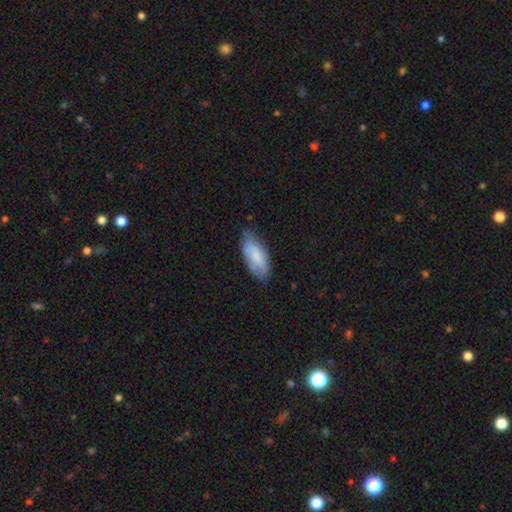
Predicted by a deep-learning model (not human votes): Smooth or featured: smooth — 75% (featured or disk — 19%)
How rounded: in between — 86% (cigar-shaped — 13%)
Merging: none — 70% (minor disturbance — 25%)